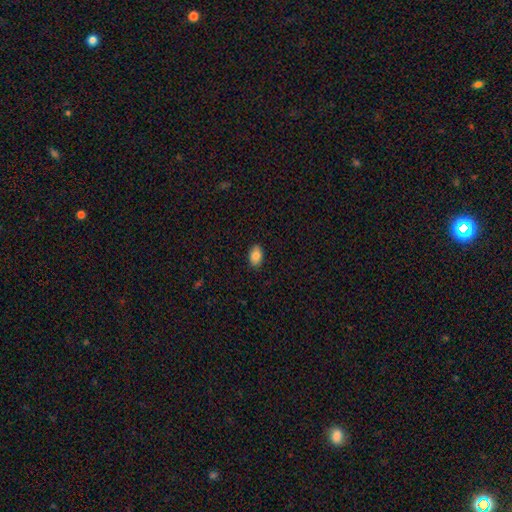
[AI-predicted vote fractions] This appears to be a smooth galaxy with no disk features (87%) that is in between round and cigar-shaped (90%). Merging: none (88%).